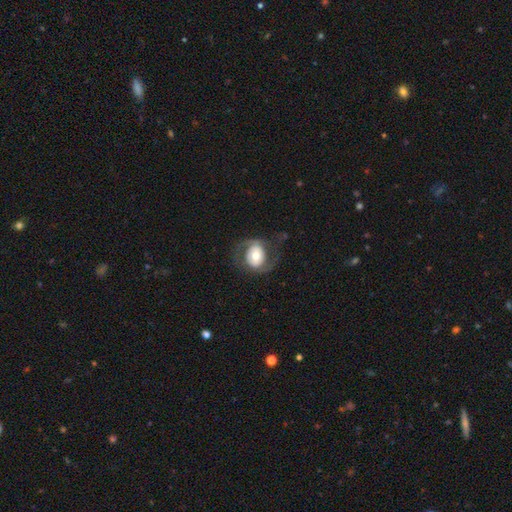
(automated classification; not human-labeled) featured or disk 62%, smooth 31%, star or artifact 6%. Down the decision tree: edge-on disk — no (96%); bar — no (66%); spiral arms — yes (66%); bulge size — moderate (66%); merging — none (62%).